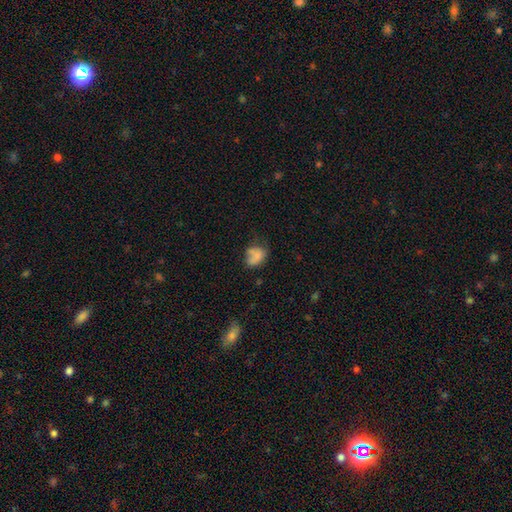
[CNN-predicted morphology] This is likely a smooth galaxy (67%). How rounded: likely in between (64%). Merging: marginally none (37%).